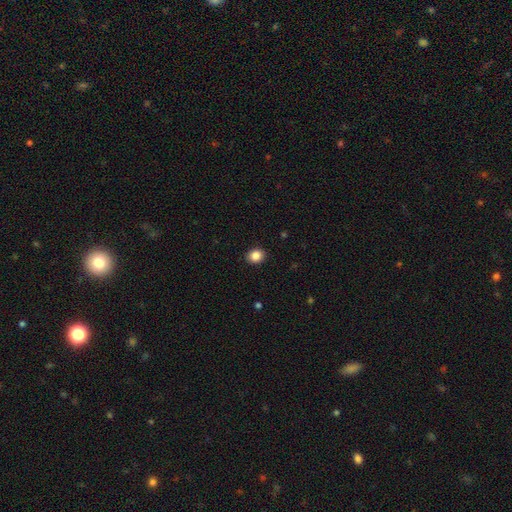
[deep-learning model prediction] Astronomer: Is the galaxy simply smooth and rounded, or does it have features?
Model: smooth — 86%.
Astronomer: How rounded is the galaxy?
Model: round — 62% (runner-up: in between, 37%).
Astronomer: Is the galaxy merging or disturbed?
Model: none — 91%.